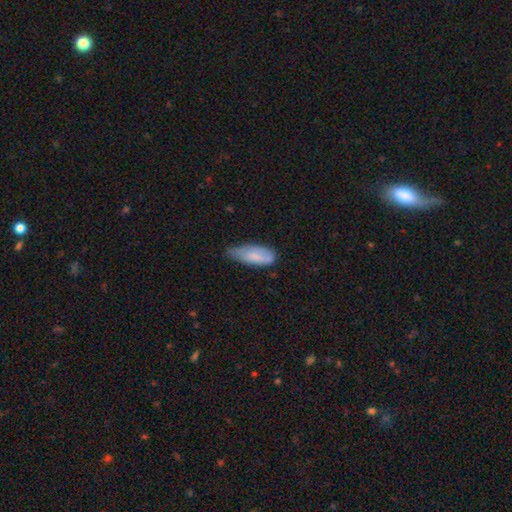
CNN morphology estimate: Smooth or featured?
  - smooth: 75% *
  - featured or disk: 18%
  - star or artifact: 7%
How rounded?
  - in between: 77% *
  - cigar-shaped: 21%
  - round: 2%
Merging?
  - minor disturbance: 50% *
  - none: 34%
  - major disturbance: 14%
  - merger: 2%